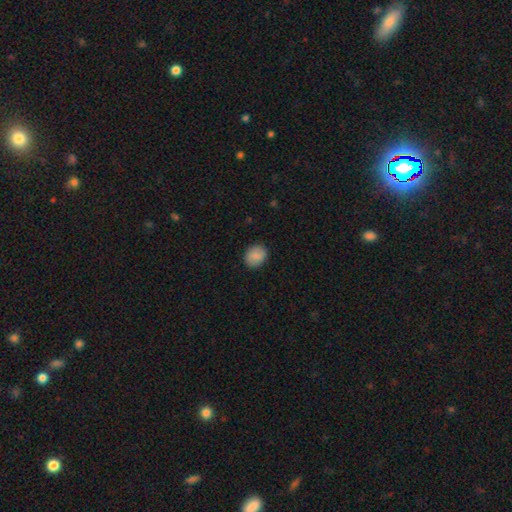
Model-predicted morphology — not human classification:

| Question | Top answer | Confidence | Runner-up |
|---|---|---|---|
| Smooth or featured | smooth | 87% | star or artifact (7%) |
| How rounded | round | 67% | in between (32%) |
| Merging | none | 88% | minor disturbance (9%) |